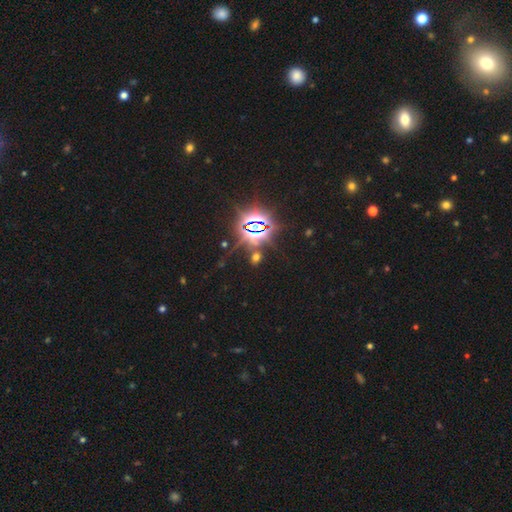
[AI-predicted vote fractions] Overall: star or artifact (84%).